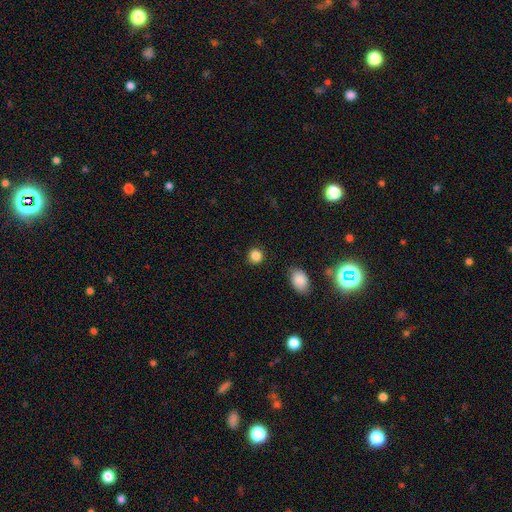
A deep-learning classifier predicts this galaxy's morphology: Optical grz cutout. It shows a smooth galaxy with no disk features (86%) that is round (86%). Merging: none (86%).